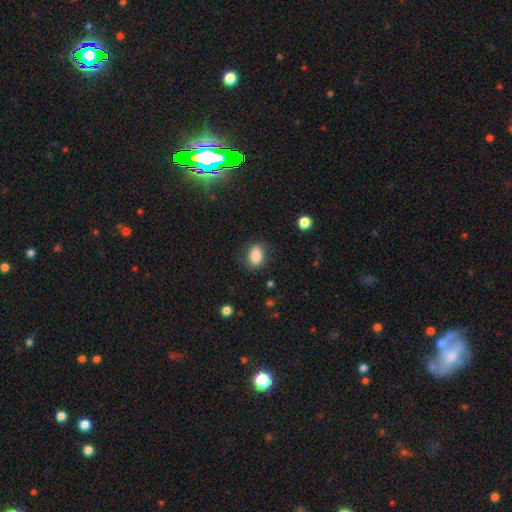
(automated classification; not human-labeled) Q: Smooth or featured?
A: smooth (83%); runner-up: featured or disk (9%)
Q: How rounded?
A: in between (78%); runner-up: round (21%)
Q: Merging?
A: none (76%); runner-up: minor disturbance (17%)